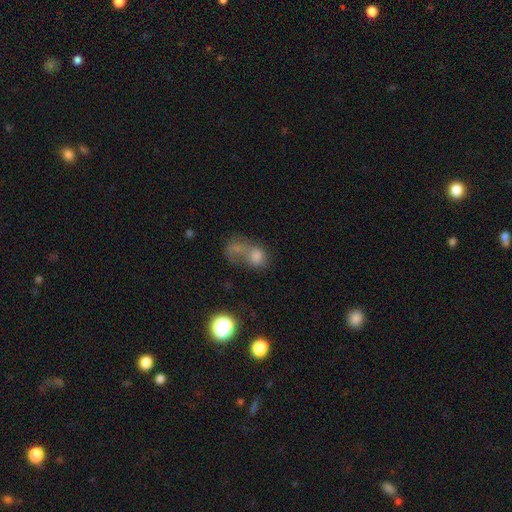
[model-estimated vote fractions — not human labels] Smooth or featured: smooth — 63% (featured or disk — 21%)
How rounded: round — 54% (in between — 44%)
Merging: merger — 57% (none — 20%)